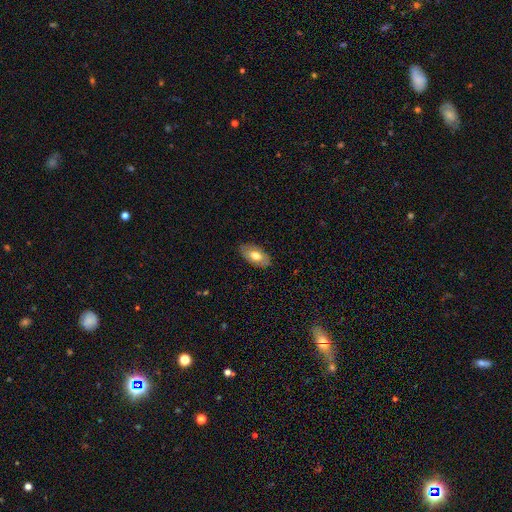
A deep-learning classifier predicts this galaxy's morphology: A smooth galaxy with no disk features (63%) that is in between round and cigar-shaped (93%).

Vote fractions:
- Smooth or featured? smooth: 63% / featured or disk: 31% / star or artifact: 6%
- How rounded? in between: 93% / round: 4% / cigar-shaped: 3%
- Merging? none: 84% / minor disturbance: 12% / major disturbance: 2% / merger: 1%